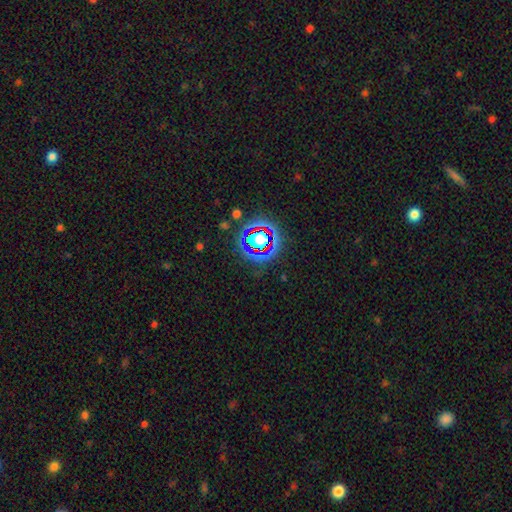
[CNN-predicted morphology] Smooth or featured? Predicted: star or artifact (p=0.75).